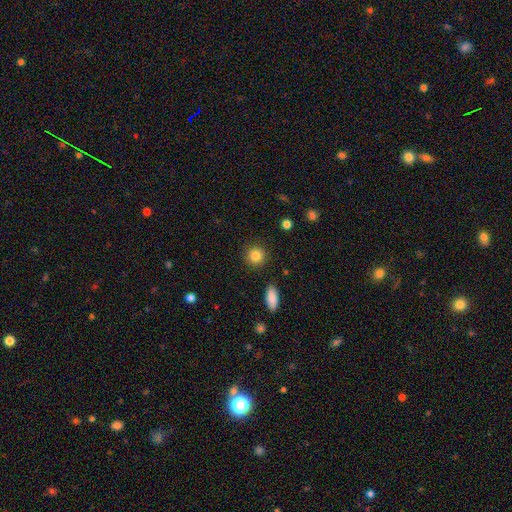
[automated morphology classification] This is clearly a smooth galaxy (85%). How rounded: clearly round (91%). Merging: clearly none (90%).